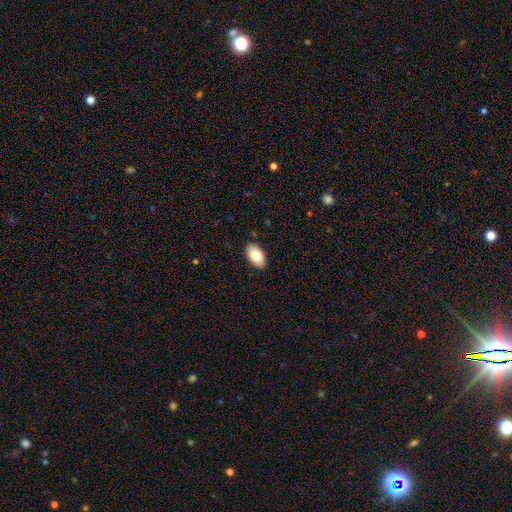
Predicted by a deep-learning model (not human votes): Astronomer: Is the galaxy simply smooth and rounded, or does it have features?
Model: smooth — 81%.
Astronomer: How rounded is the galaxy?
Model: in between — 95%.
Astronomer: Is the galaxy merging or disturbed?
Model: none — 88%.